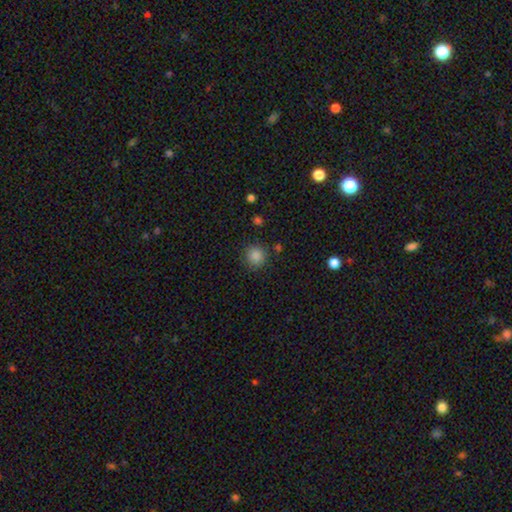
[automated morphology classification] Smooth or featured? Predicted: smooth (p=0.86). How rounded? Predicted: round (p=0.93). Merging? Predicted: none (p=0.85).